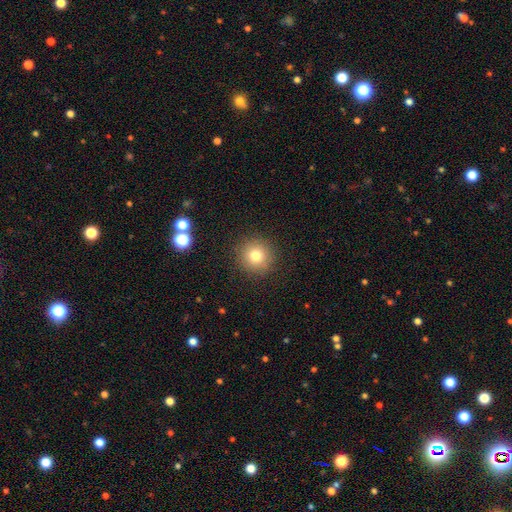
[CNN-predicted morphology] type=smooth (78%); roundness=round (94%); merging=none (90%).